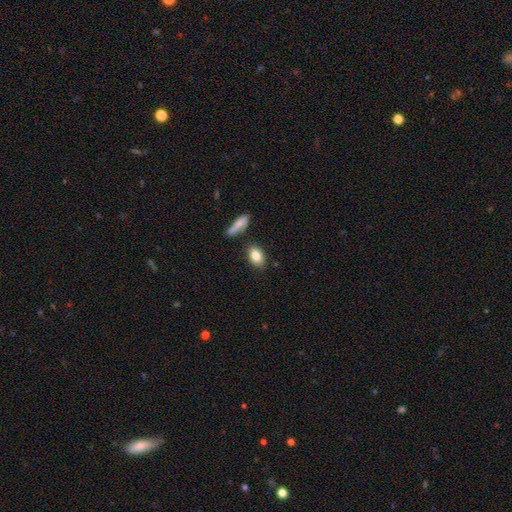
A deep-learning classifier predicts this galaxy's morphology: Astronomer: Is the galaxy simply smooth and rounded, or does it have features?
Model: smooth — 81%.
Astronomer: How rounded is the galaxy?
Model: in between — 81%.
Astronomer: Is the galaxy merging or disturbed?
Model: none — 77%.